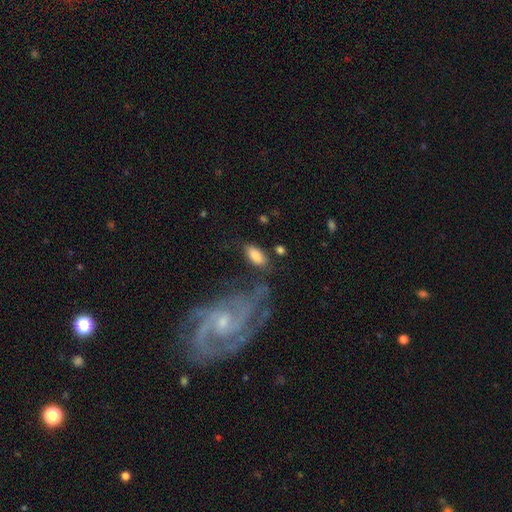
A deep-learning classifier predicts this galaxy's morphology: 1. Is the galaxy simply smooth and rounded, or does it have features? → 85% smooth, 9% featured or disk, 6% star or artifact.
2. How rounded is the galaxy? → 91% in between, 6% cigar-shaped, 3% round.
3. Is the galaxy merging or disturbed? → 72% none, 15% minor disturbance, 6% major disturbance, 6% merger.